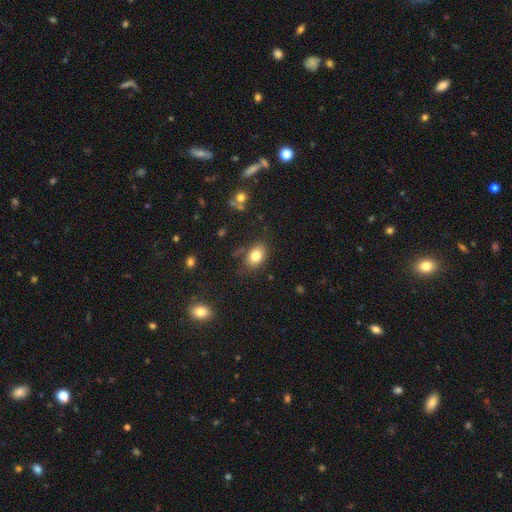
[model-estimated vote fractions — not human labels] Smooth or featured? Predicted: smooth (p=0.81). How rounded? Predicted: in between (p=0.76). Merging? Predicted: none (p=0.76).